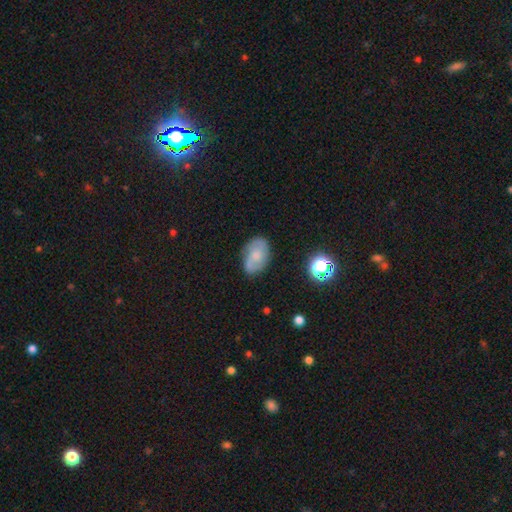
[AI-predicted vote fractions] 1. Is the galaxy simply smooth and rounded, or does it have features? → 48% featured or disk, 42% smooth, 10% star or artifact.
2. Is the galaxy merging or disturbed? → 72% none, 20% minor disturbance, 6% major disturbance, 2% merger.